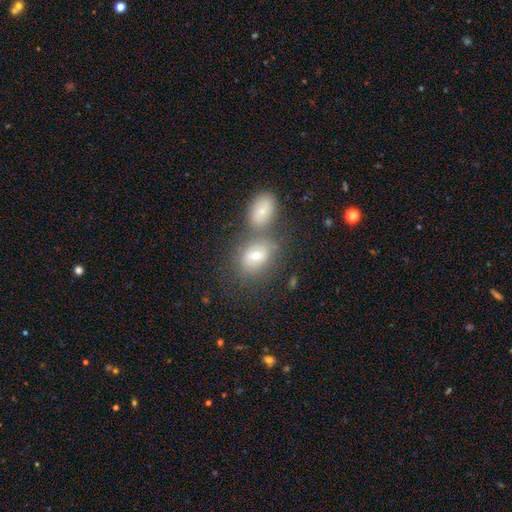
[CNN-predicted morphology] The model was most divided on "merging": none: 47%, merger: 35%, minor disturbance: 12%, major disturbance: 6%. More confident: how rounded — in between (69%); smooth or featured — smooth (66%).